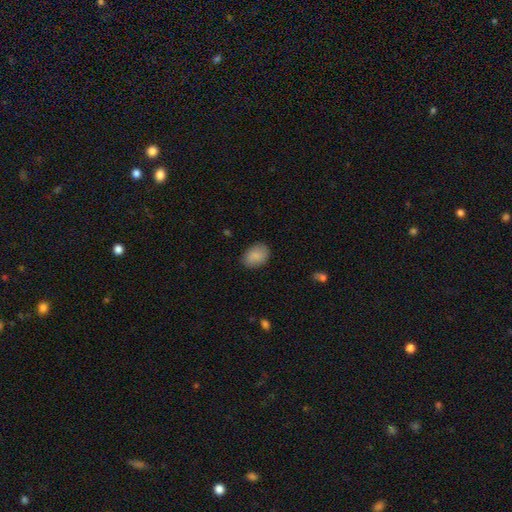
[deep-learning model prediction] Smooth or featured: smooth — 87% (star or artifact — 7%)
How rounded: in between — 77% (round — 22%)
Merging: none — 84% (minor disturbance — 13%)